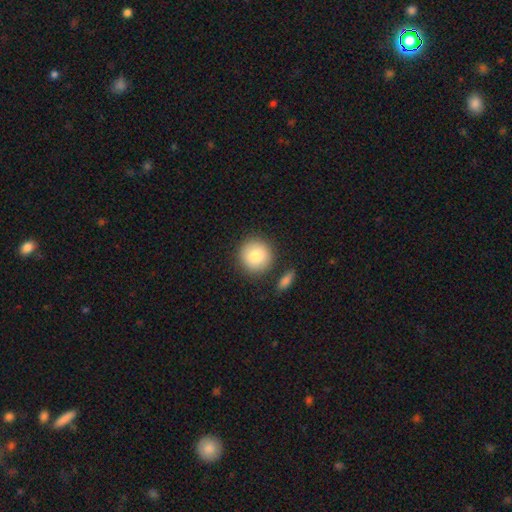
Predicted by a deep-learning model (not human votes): Smooth or featured? Predicted: smooth (p=0.84). How rounded? Predicted: round (p=0.92). Merging? Predicted: none (p=0.81).